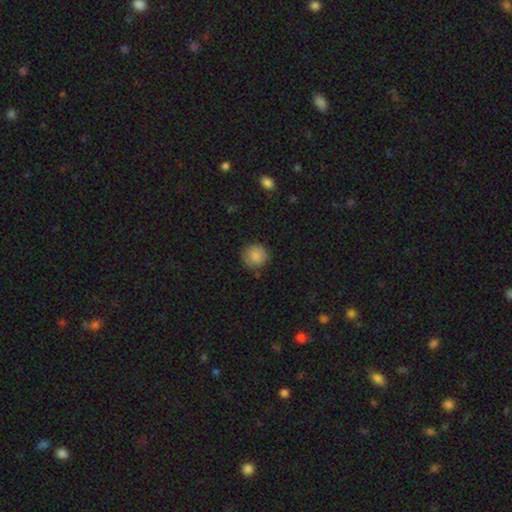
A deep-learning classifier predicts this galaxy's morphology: Smooth or featured: smooth — 86% (star or artifact — 8%)
How rounded: round — 92% (in between — 7%)
Merging: none — 83% (minor disturbance — 13%)